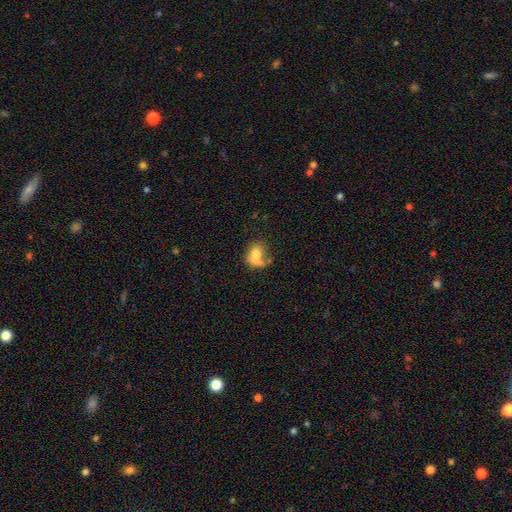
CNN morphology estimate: This is likely a smooth galaxy (68%). How rounded: possibly in between (57%). Merging: marginally none (32%).